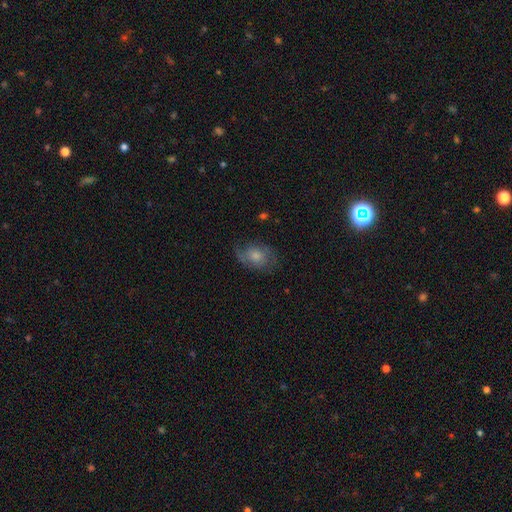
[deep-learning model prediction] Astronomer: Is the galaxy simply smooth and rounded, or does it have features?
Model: smooth — 46% (runner-up: featured or disk, 45%).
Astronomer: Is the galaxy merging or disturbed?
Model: none — 61%.